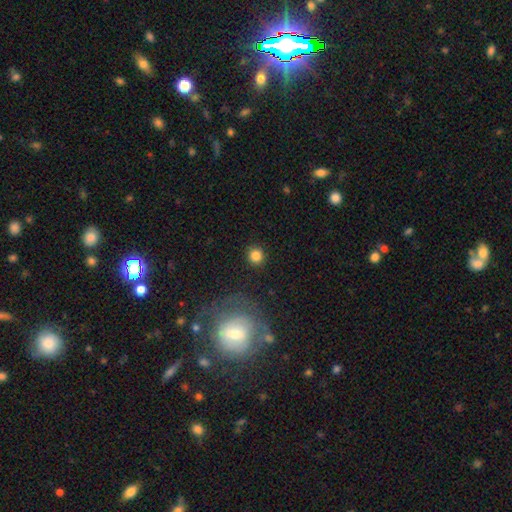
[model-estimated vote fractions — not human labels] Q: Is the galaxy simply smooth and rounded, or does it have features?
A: smooth — 82%.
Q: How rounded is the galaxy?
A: round — 93%.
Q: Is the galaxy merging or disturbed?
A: none — 89%.